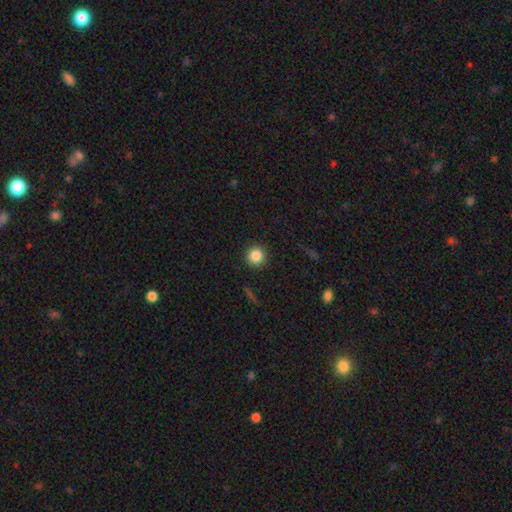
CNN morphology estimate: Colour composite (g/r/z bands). It shows a smooth galaxy with no disk features (85%) that is round (95%). Merging: none (92%).